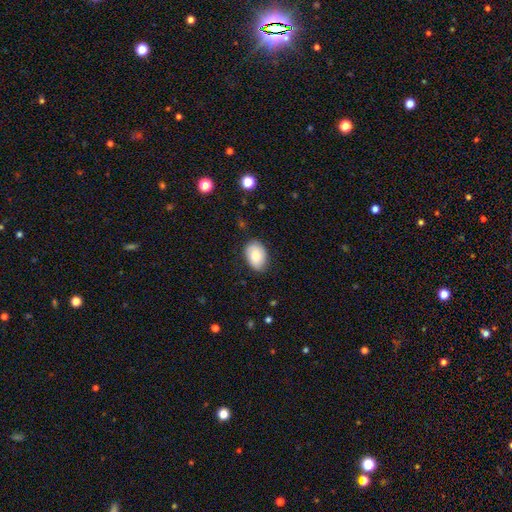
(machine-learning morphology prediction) Smooth or featured? smooth (81%)
How rounded? in between (85%)
Merging? none (78%)